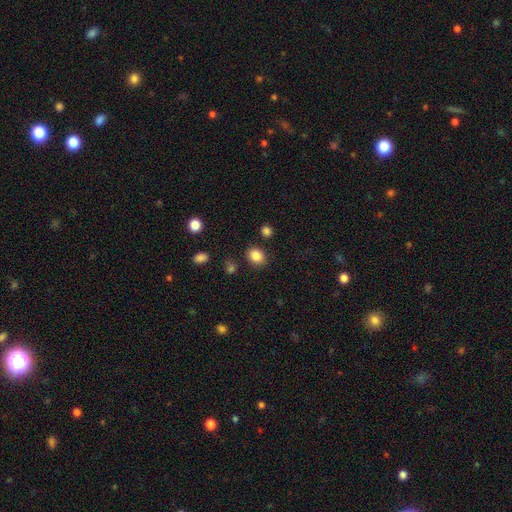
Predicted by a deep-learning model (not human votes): smooth 85%, star or artifact 10%, featured or disk 5%. Down the decision tree: how rounded — round (50%); merging — none (82%).